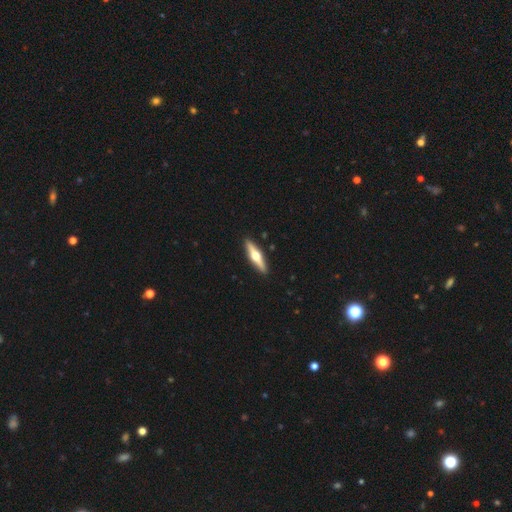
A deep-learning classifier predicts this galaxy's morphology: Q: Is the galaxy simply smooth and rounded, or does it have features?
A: featured or disk — 68%.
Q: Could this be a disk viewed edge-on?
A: yes — 96%.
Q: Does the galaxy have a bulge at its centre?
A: rounded — 96%.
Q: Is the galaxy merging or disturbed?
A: none — 91%.